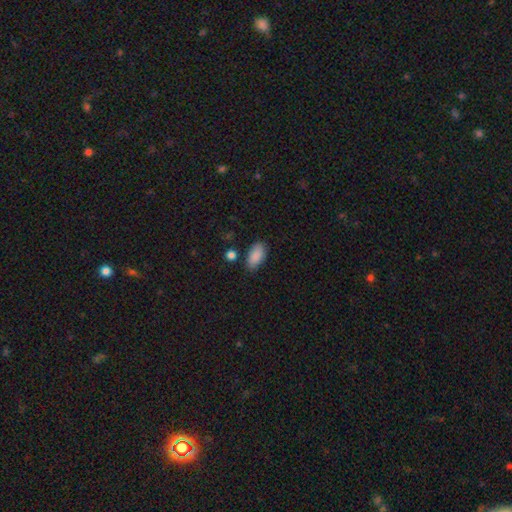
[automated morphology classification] This appears to be a smooth galaxy with no disk features (89%) that is in between round and cigar-shaped (92%). Merging: none (80%).